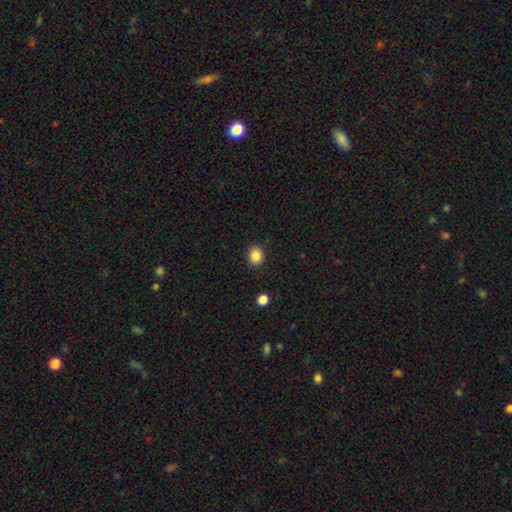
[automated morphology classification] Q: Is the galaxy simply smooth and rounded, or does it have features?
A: smooth — 87%.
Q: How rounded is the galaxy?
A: round — 75%.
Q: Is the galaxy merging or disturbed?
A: none — 90%.